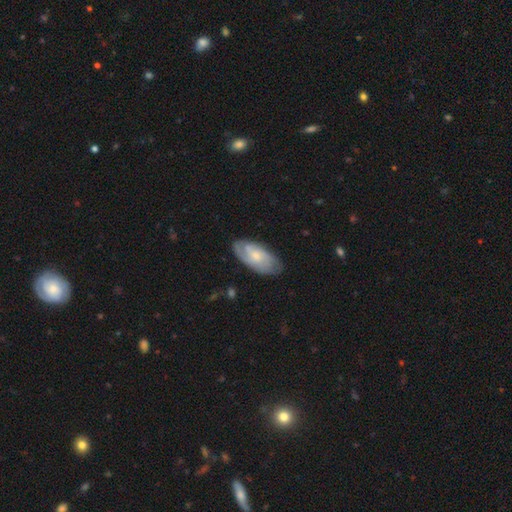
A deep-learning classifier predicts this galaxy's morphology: smooth_or_featured: featured or disk (p=0.56) [alt: smooth p=0.39]
disk_edge_on: no (p=0.92) [alt: yes p=0.08]
bar: no (p=0.70) [alt: weak p=0.26]
has_spiral_arms: yes (p=0.84) [alt: no p=0.16]
bulge_size: small (p=0.56) [alt: moderate p=0.36]
merging: none (p=0.74) [alt: minor disturbance p=0.20]